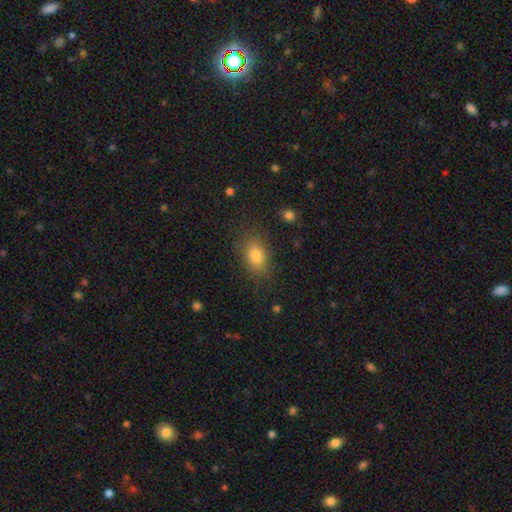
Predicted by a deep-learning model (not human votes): Q: Smooth or featured?
A: smooth (82%); runner-up: star or artifact (11%)
Q: How rounded?
A: in between (81%); runner-up: round (17%)
Q: Merging?
A: none (82%); runner-up: minor disturbance (13%)